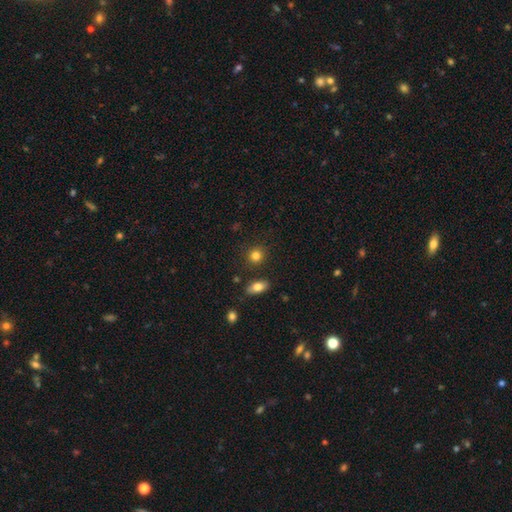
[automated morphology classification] This appears to be a smooth galaxy with no disk features (83%) that is round (81%). Merging: none (85%).